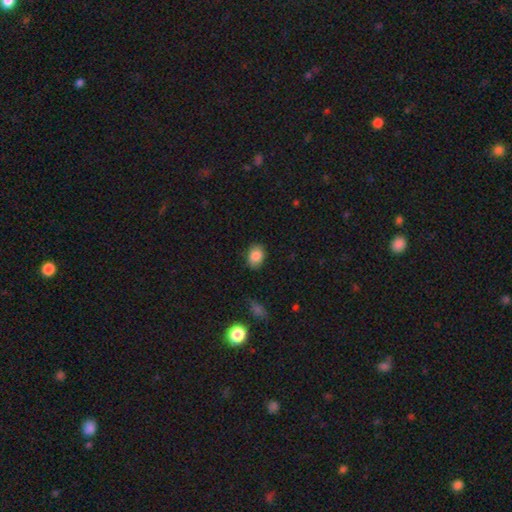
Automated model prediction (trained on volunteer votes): smooth-or-featured: smooth: 86% | star or artifact: 8% | featured or disk: 5%
  how-rounded: in between: 68% | round: 31% | cigar-shaped: 1%
  merging: none: 83% | minor disturbance: 13% | major disturbance: 3% | merger: 1%